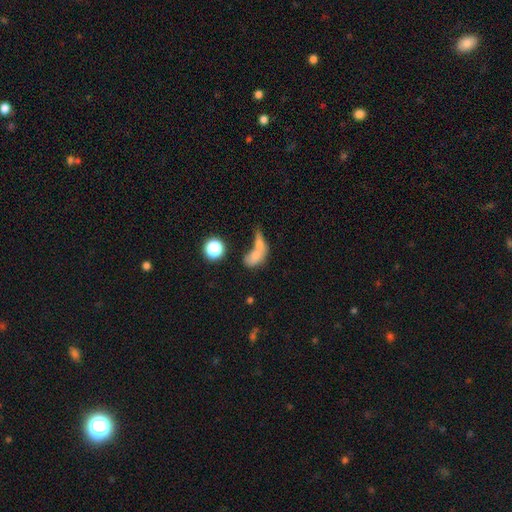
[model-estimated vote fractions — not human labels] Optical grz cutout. It shows a smooth galaxy with no disk features (69%) that is in between round and cigar-shaped (72%). Merging: merger (61%).